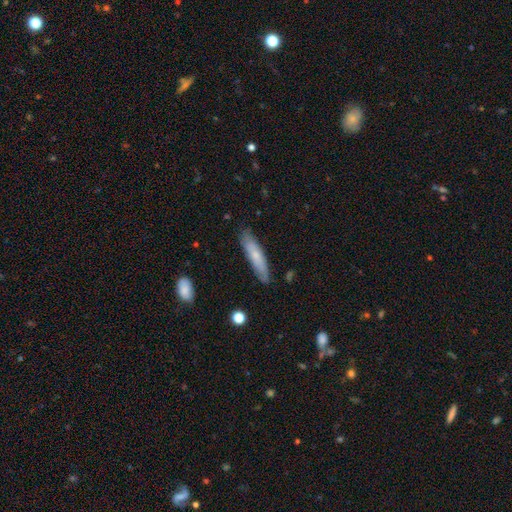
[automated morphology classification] A smooth galaxy with no disk features (63%) that is cigar-shaped (79%). Merging: none (80%).